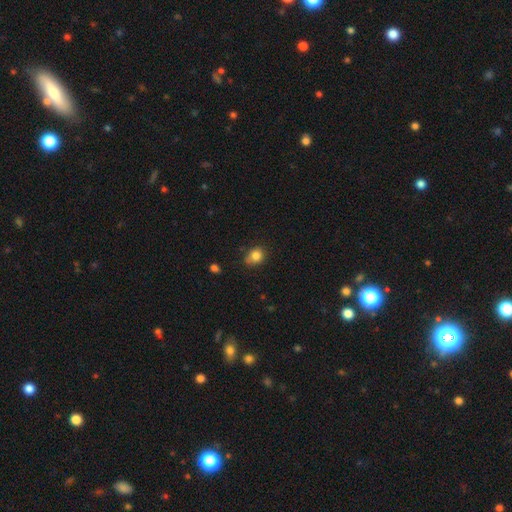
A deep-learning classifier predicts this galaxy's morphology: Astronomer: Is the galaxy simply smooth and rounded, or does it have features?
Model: smooth — 83%.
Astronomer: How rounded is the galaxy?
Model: round — 63%.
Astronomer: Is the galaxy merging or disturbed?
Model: none — 69%.